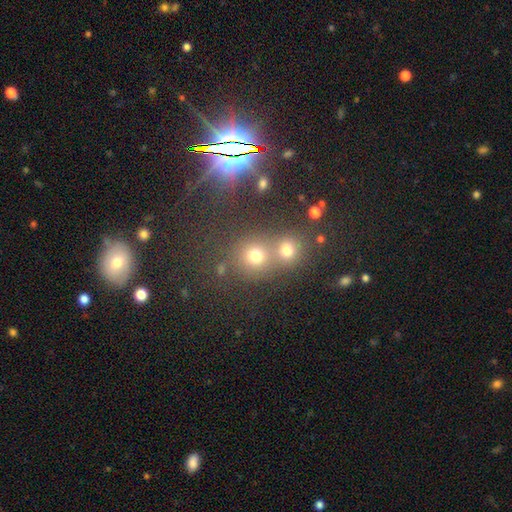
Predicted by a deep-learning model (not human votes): A smooth galaxy with no disk features (74%) that is round (85%). Merging: none (45%, tied with merger).